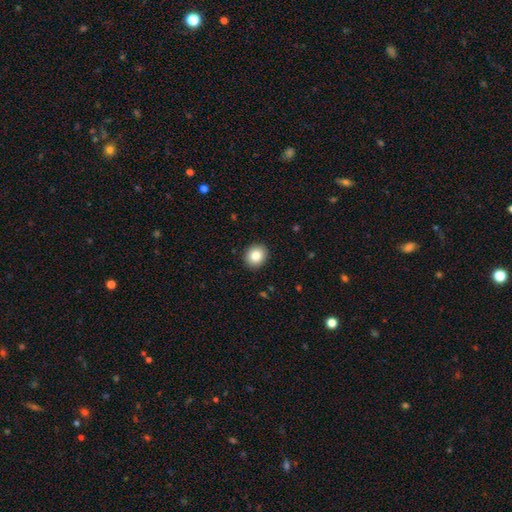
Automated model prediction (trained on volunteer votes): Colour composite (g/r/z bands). It shows a smooth galaxy with no disk features (84%) that is round (73%). Merging: none (91%).